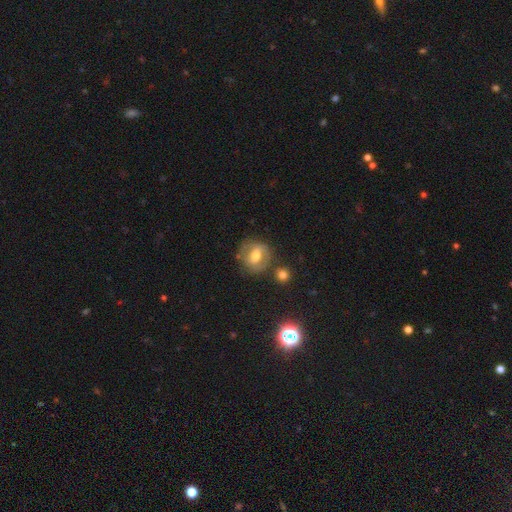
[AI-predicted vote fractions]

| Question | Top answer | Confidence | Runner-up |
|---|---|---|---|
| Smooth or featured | featured or disk | 55% | smooth (36%) |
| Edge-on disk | no | 95% | yes (5%) |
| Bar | weak | 40% | strong (33%) |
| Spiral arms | no | 51% | yes (49%) |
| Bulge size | moderate | 74% | small (15%) |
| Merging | none | 70% | minor disturbance (17%) |